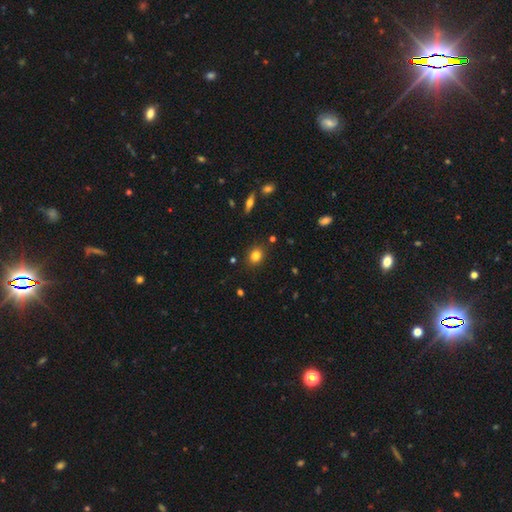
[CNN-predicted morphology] smooth 81%, star or artifact 12%, featured or disk 7%. Down the decision tree: how rounded — round (62%); merging — none (87%).